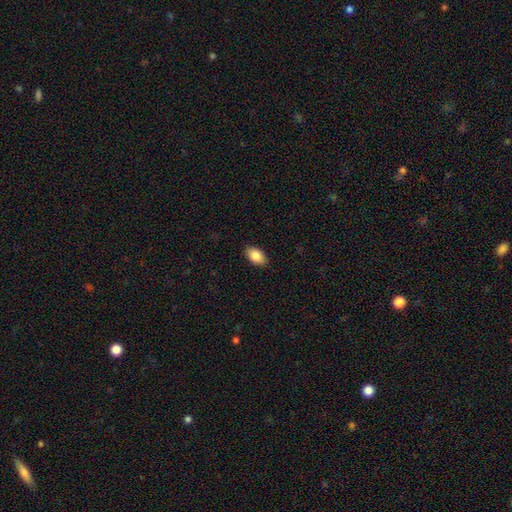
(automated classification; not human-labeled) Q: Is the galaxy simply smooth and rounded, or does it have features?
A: smooth — 85%.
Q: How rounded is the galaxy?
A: in between — 92%.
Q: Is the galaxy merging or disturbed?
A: none — 88%.